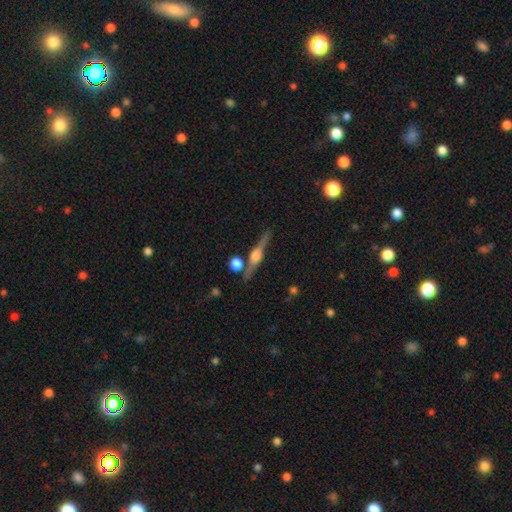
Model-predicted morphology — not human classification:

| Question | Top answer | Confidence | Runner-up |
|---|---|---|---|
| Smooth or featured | featured or disk | 82% | smooth (12%) |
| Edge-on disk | yes | 98% | no (2%) |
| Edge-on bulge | rounded | 91% | boxy (6%) |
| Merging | none | 82% | minor disturbance (9%) |